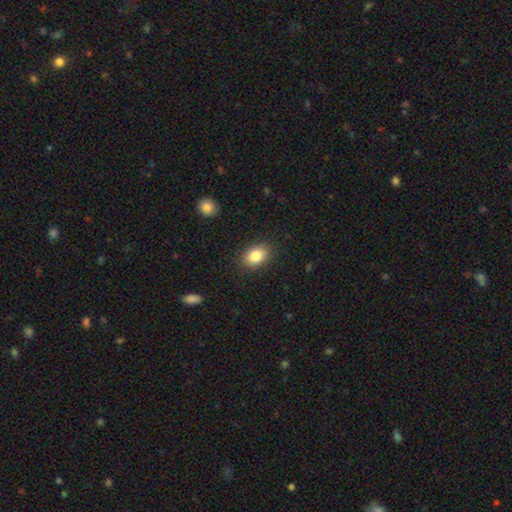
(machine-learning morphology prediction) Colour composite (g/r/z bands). It shows a smooth galaxy with no disk features (85%) that is in between round and cigar-shaped (82%). Merging: none (87%).